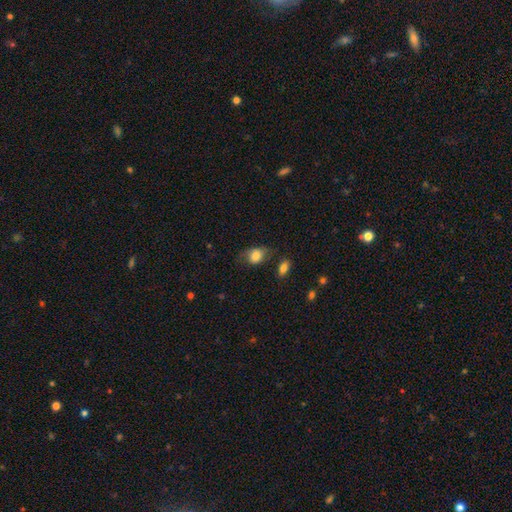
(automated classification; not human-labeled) The model was most divided on "merging": none: 52%, minor disturbance: 30%, major disturbance: 14%, merger: 4%. More confident: smooth or featured — smooth (77%); how rounded — in between (73%).